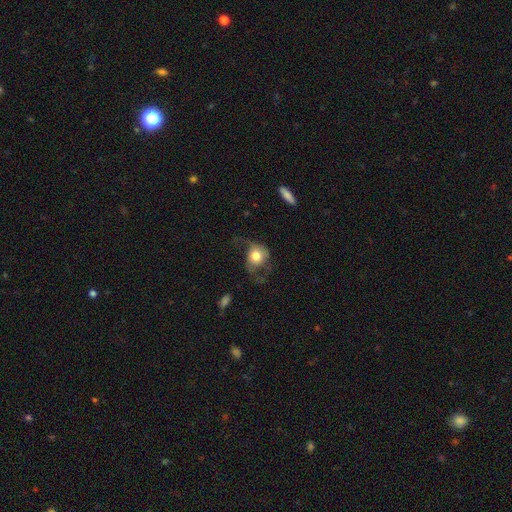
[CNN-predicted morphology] Overall: smooth (58%; featured or disk 34%). How rounded: round (64%; in between 34%). Merging: major disturbance (44%; none 32%).